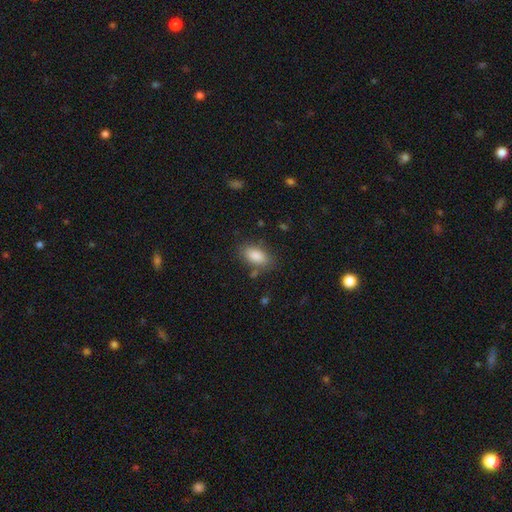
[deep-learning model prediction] Smooth or featured? smooth (87%)
How rounded? in between (91%)
Merging? none (80%)